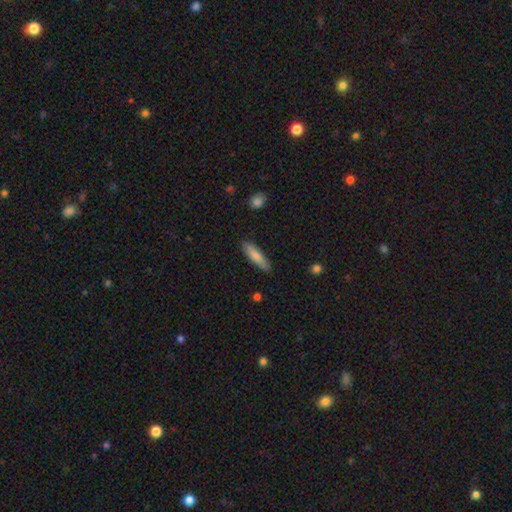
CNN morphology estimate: A smooth galaxy with no disk features (79%) that is cigar-shaped (71%). Merging: none (84%).